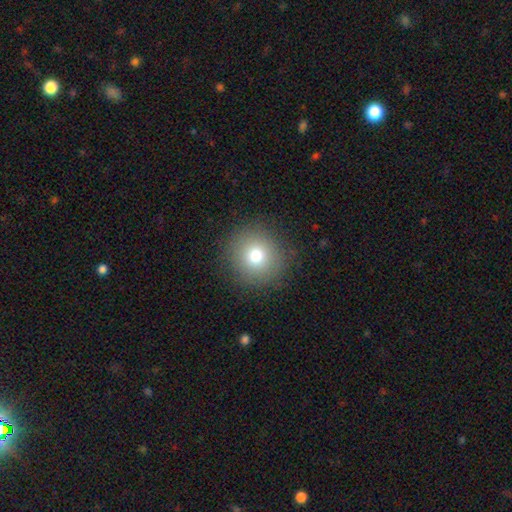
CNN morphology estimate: Overall: smooth (76%). How rounded: round (93%). Merging: none (89%).